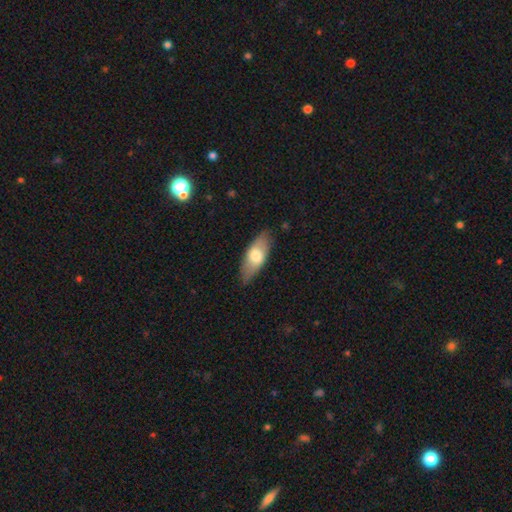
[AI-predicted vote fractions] smooth_or_featured: smooth (p=0.67) [alt: featured or disk p=0.27]
how_rounded: in between (p=0.79) [alt: cigar-shaped p=0.19]
merging: none (p=0.82) [alt: minor disturbance p=0.14]